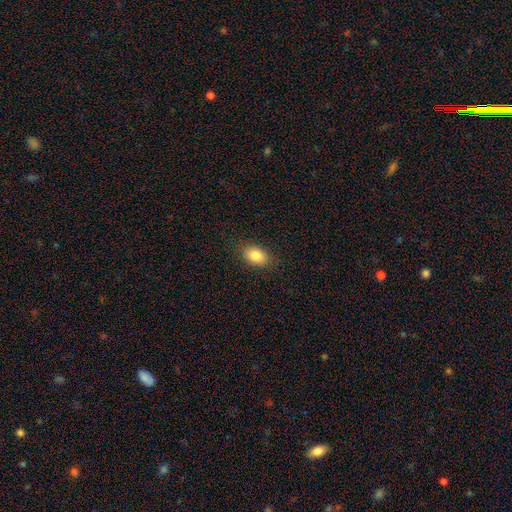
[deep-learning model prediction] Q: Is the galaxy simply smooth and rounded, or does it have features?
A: smooth — 84%.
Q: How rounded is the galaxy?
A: in between — 83%.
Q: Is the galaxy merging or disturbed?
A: none — 87%.